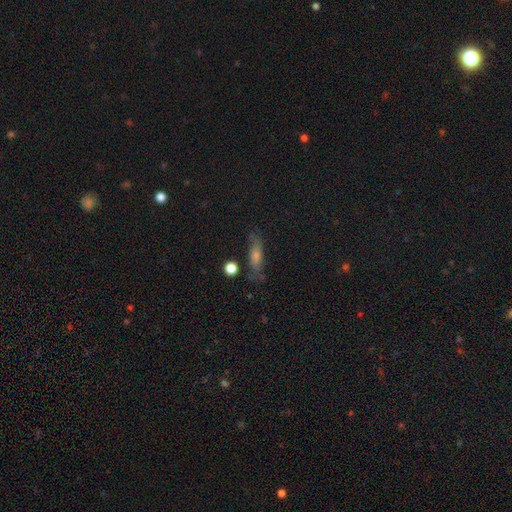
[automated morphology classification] This appears to be a smooth galaxy with no disk features (48%). Merging: none (70%).